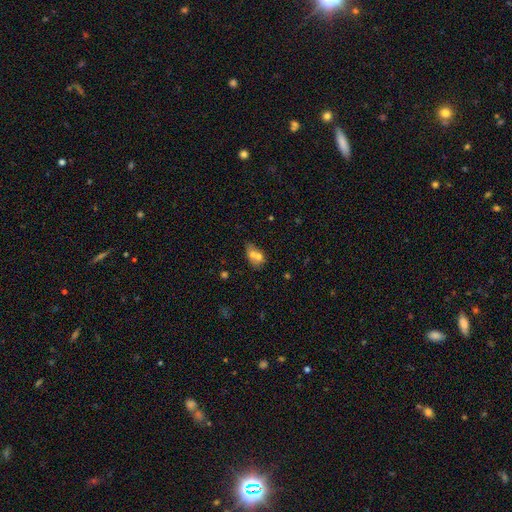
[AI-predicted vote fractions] smooth 63%, featured or disk 26%, star or artifact 11%. Down the decision tree: how rounded — in between (60%); merging — merger (62%).